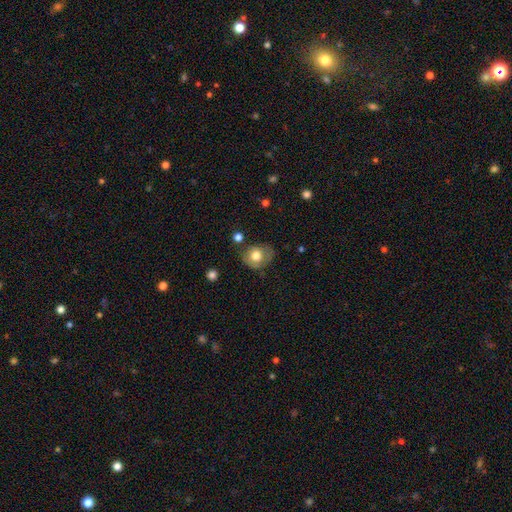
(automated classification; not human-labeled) Smooth or featured? smooth (73%)
How rounded? round (63%)
Merging? none (60%)